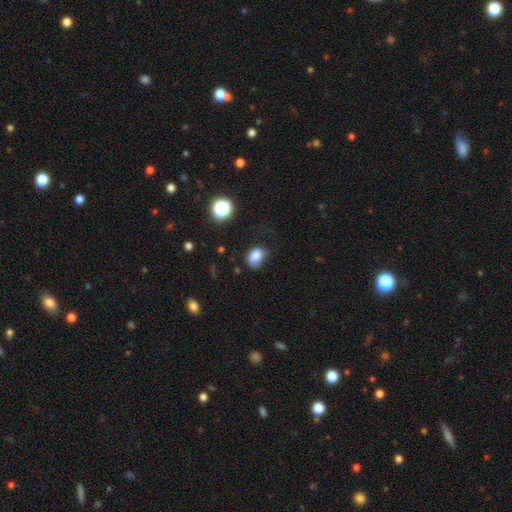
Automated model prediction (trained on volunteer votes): A smooth galaxy with no disk features (81%) that is in between round and cigar-shaped (70%). Merging: none (49%).